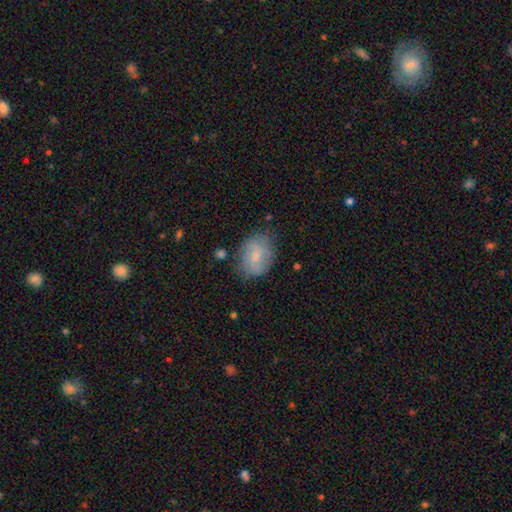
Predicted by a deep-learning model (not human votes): Morphology: type=smooth (52%); roundness=in between (67%); merging=none (73%).